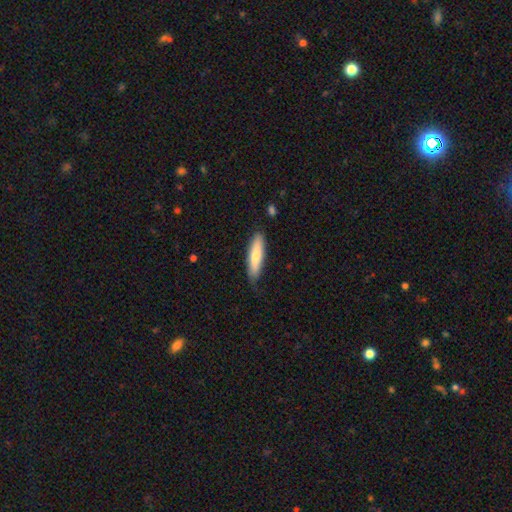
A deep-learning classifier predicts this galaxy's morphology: This is likely a smooth galaxy (73%). How rounded: likely cigar-shaped (68%). Merging: likely none (78%).